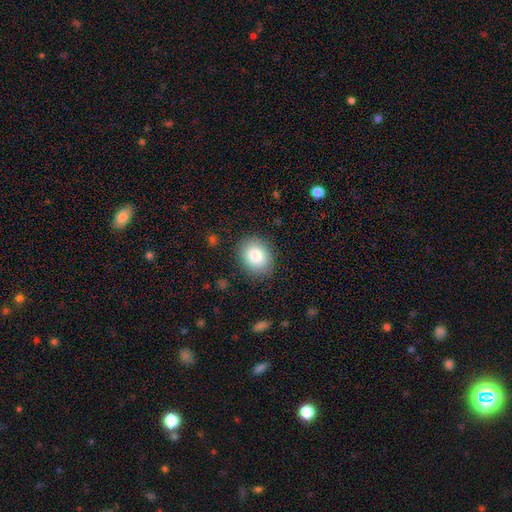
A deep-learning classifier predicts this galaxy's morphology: Overall: smooth (84%). How rounded: in between (53%; round 46%). Merging: none (86%).